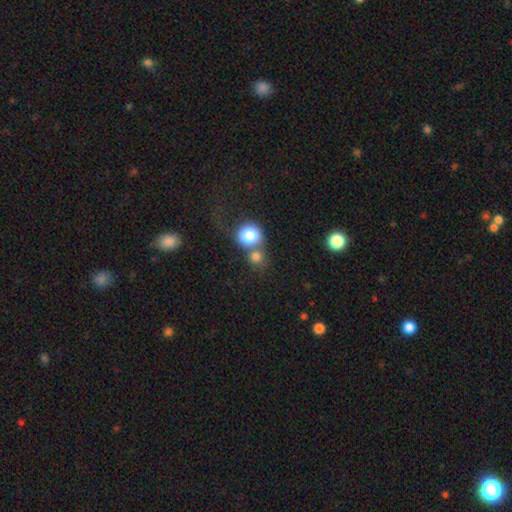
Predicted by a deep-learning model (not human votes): A smooth galaxy with no disk features (77%) that is round (83%).

Vote fractions:
- Smooth or featured? smooth: 77% / star or artifact: 13% / featured or disk: 10%
- How rounded? round: 83% / in between: 16% / cigar-shaped: 1%
- Merging? none: 43% / merger: 41% / minor disturbance: 9% / major disturbance: 7%